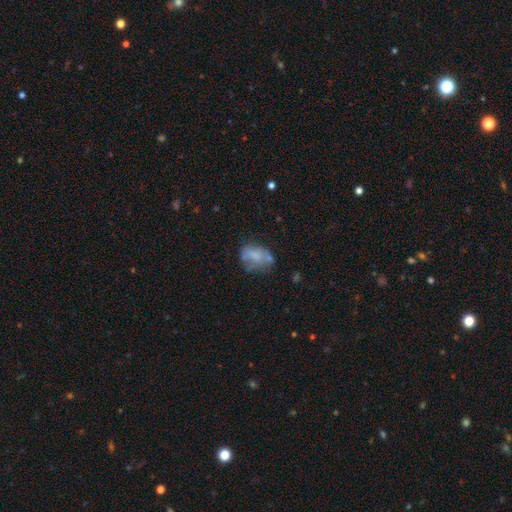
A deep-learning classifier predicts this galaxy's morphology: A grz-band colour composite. It shows a smooth galaxy with no disk features (55%) that is in between round and cigar-shaped (71%). Merging: none (41%).